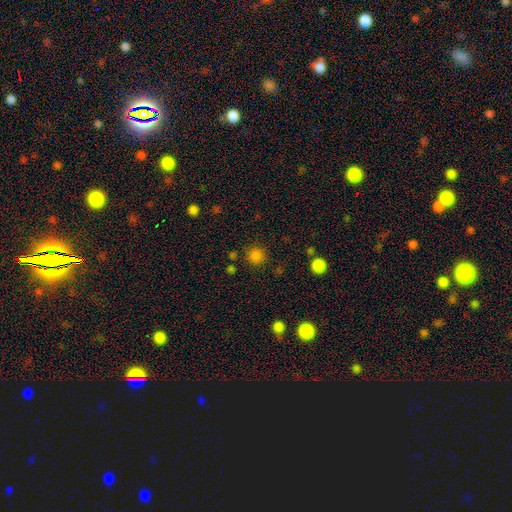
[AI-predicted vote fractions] Smooth or featured: smooth — 82% (star or artifact — 15%)
How rounded: round — 92% (in between — 7%)
Merging: none — 85% (minor disturbance — 8%)